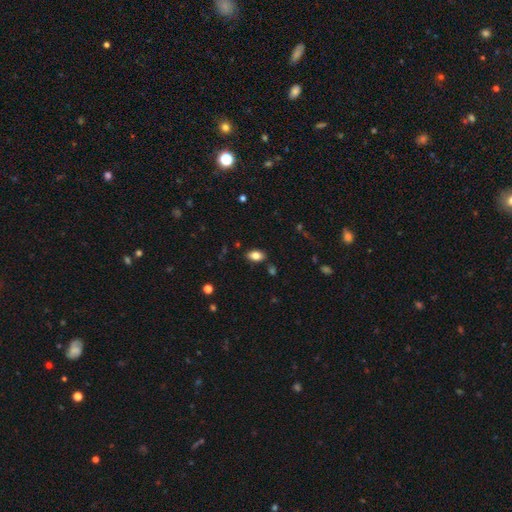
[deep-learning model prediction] Smooth or featured: smooth — 81% (featured or disk — 10%)
How rounded: in between — 90% (round — 7%)
Merging: none — 85% (minor disturbance — 11%)